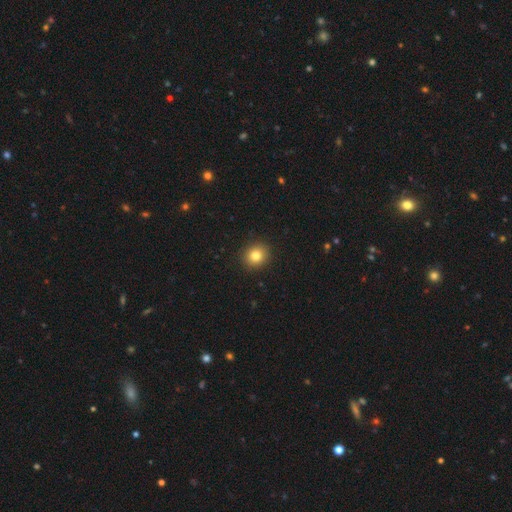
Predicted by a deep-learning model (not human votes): Q: Smooth or featured?
A: smooth (81%); runner-up: star or artifact (11%)
Q: How rounded?
A: round (82%); runner-up: in between (17%)
Q: Merging?
A: none (92%); runner-up: minor disturbance (6%)